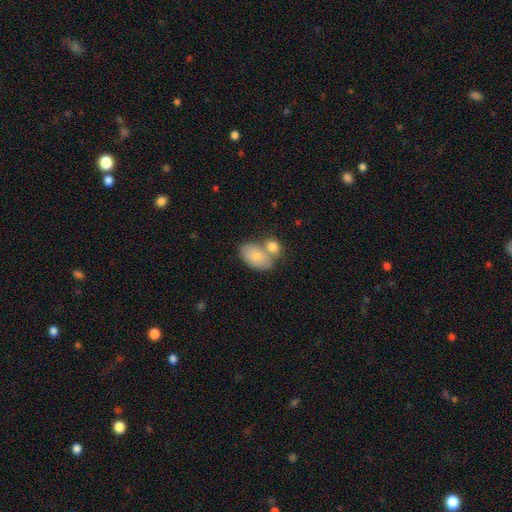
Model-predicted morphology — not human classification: The model was most divided on "merging": merger: 45%, none: 39%, minor disturbance: 12%, major disturbance: 4%. More confident: how rounded — in between (91%); smooth or featured — smooth (79%).